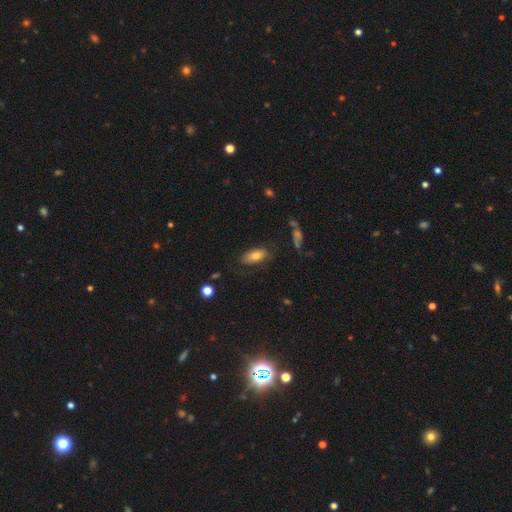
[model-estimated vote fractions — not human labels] Smooth or featured? smooth (74%)
How rounded? in between (85%)
Merging? none (71%)